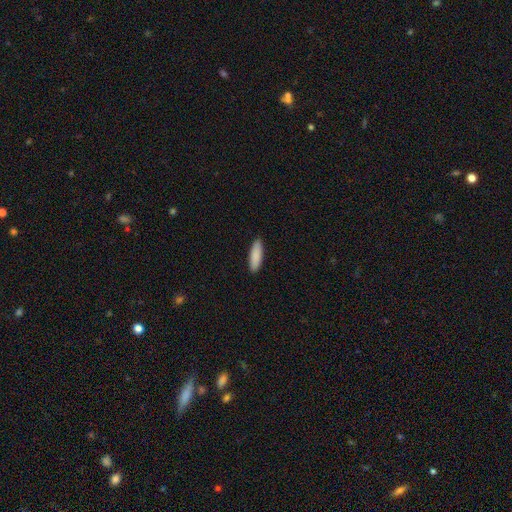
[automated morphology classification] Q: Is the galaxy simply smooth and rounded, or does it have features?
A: smooth — 89%.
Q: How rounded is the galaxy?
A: cigar-shaped — 54%.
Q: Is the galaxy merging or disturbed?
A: none — 90%.